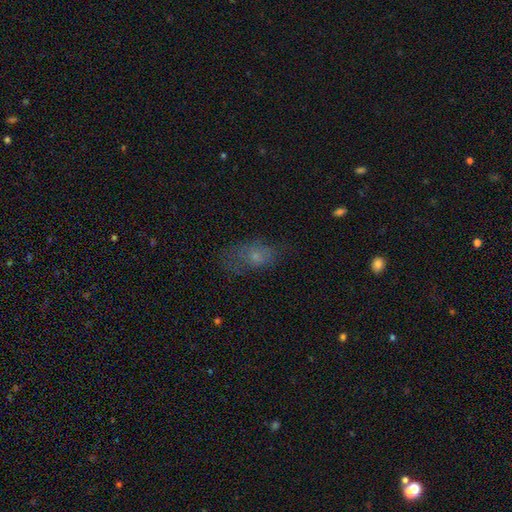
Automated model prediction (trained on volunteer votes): A smooth galaxy with no disk features (61%) that is in between round and cigar-shaped (84%).

Vote fractions:
- Smooth or featured? smooth: 61% / featured or disk: 24% / star or artifact: 15%
- How rounded? in between: 84% / round: 12% / cigar-shaped: 5%
- Merging? none: 53% / minor disturbance: 25% / major disturbance: 20% / merger: 2%